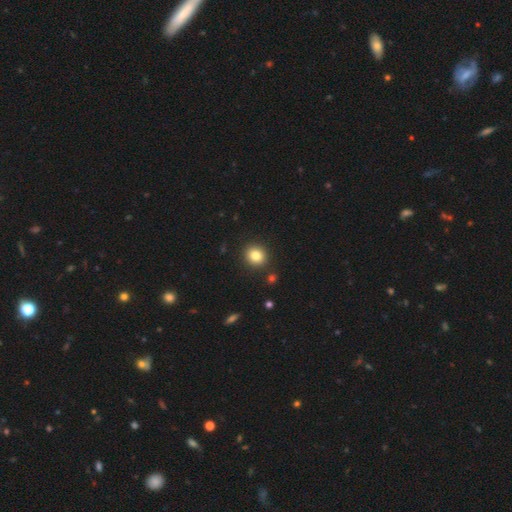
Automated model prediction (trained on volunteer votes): smooth-or-featured: smooth: 83% | star or artifact: 11% | featured or disk: 6%
  how-rounded: round: 83% | in between: 16% | cigar-shaped: 1%
  merging: none: 90% | minor disturbance: 6% | merger: 2% | major disturbance: 2%